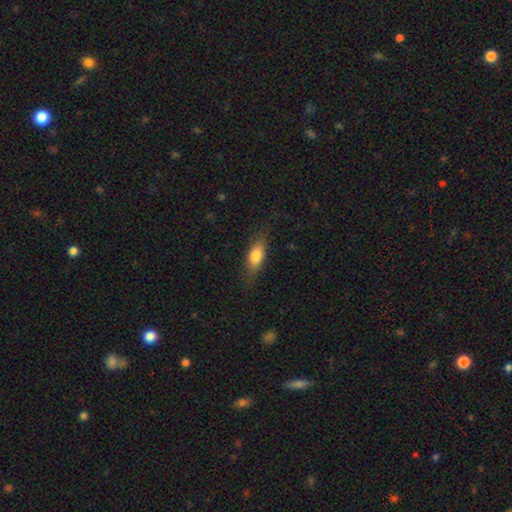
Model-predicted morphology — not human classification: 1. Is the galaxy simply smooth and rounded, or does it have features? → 73% smooth, 20% featured or disk, 7% star or artifact.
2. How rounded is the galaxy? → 69% in between, 27% cigar-shaped, 4% round.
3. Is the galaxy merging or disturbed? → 76% none, 17% minor disturbance, 5% major disturbance, 1% merger.